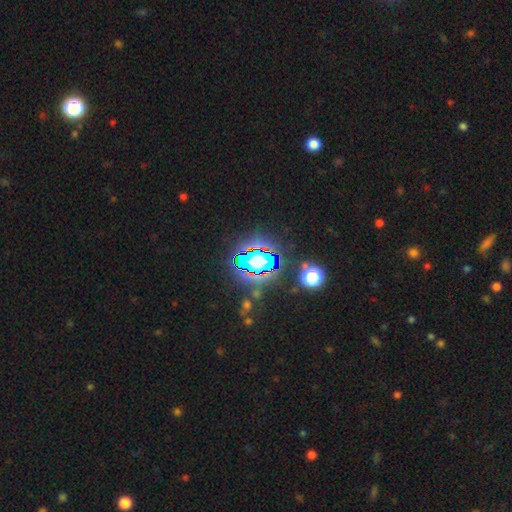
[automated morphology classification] smooth-or-featured: star or artifact: 79% | smooth: 12% | featured or disk: 9%